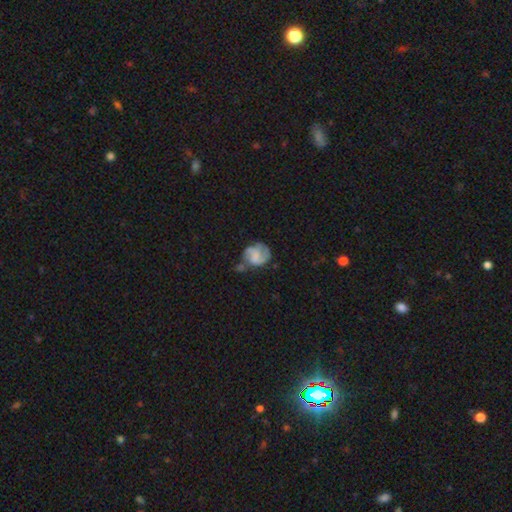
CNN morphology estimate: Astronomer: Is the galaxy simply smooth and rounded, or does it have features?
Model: featured or disk — 65%.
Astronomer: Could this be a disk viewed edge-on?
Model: no — 98%.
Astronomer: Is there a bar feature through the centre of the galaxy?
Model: no — 51% (runner-up: weak, 38%).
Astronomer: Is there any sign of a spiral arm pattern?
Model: yes — 86%.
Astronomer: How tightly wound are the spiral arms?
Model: medium — 46% (runner-up: tight, 30%).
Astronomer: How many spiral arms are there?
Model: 2 — 65%.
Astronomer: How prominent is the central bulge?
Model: none — 48% (runner-up: small, 26%).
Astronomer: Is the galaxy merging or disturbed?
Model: none — 44% (runner-up: minor disturbance, 26%).